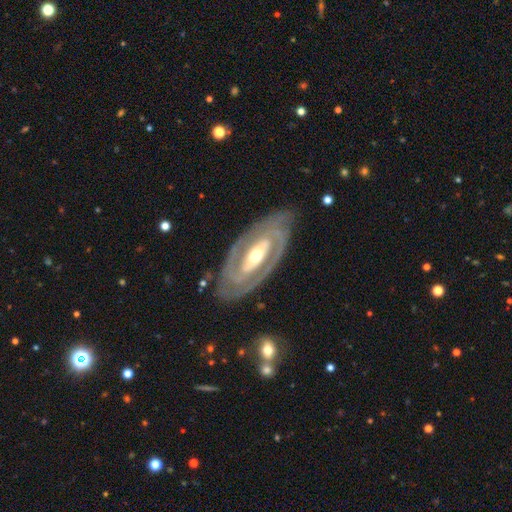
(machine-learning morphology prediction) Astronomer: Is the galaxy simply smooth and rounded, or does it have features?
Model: featured or disk — 86%.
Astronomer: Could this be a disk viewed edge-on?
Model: no — 92%.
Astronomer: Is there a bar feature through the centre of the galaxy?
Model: strong — 42% (runner-up: no, 33%).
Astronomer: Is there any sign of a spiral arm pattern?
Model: yes — 82%.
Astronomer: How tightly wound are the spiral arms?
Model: tight — 66%.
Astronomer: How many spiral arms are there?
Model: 2 — 75%.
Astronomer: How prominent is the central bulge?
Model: moderate — 62%.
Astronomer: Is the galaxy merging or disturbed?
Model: none — 81%.